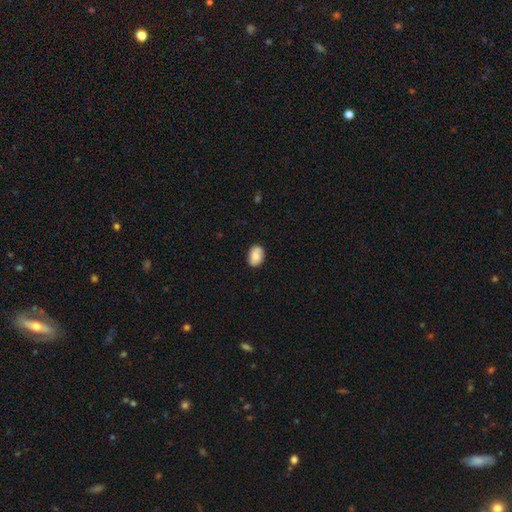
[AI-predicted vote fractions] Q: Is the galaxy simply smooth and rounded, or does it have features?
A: smooth — 84%.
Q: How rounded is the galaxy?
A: in between — 79%.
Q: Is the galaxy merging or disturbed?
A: none — 85%.